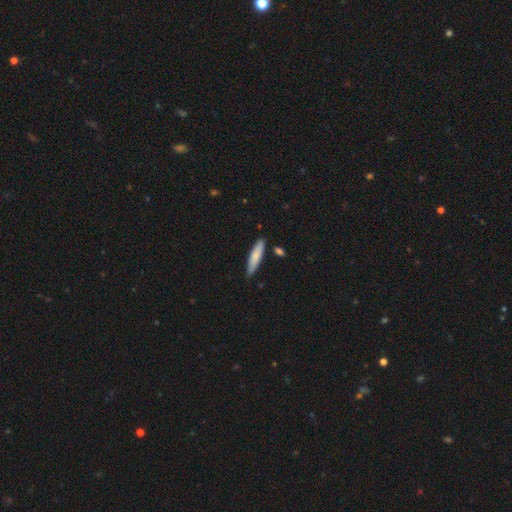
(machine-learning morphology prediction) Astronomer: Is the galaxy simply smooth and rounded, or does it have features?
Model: smooth — 76%.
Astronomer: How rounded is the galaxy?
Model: cigar-shaped — 76%.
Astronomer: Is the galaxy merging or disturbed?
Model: none — 80%.